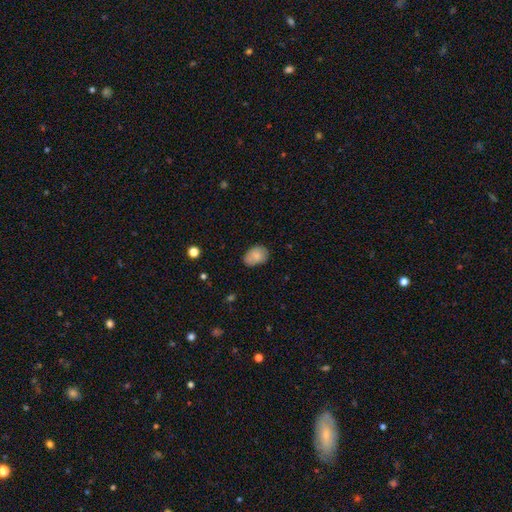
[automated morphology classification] This appears to be a smooth galaxy with no disk features (83%) that is in between round and cigar-shaped (81%). Merging: none (70%).